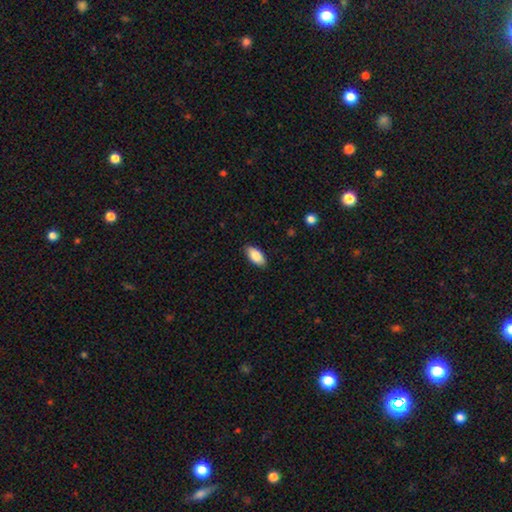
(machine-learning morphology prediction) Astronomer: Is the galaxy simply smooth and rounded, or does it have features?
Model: smooth — 87%.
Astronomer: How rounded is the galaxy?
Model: in between — 91%.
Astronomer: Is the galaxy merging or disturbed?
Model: none — 87%.